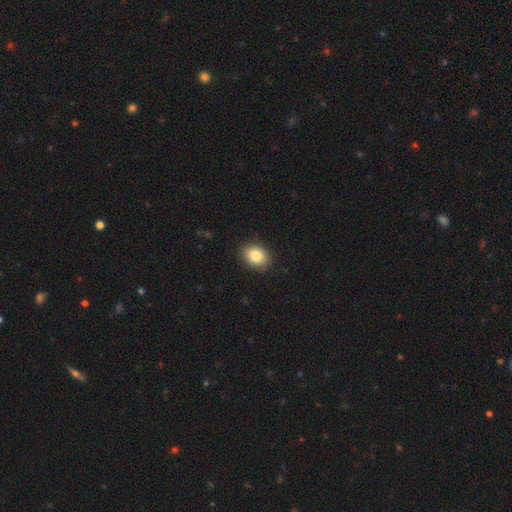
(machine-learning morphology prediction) Overall: smooth (85%). How rounded: in between (57%; round 42%). Merging: none (87%).